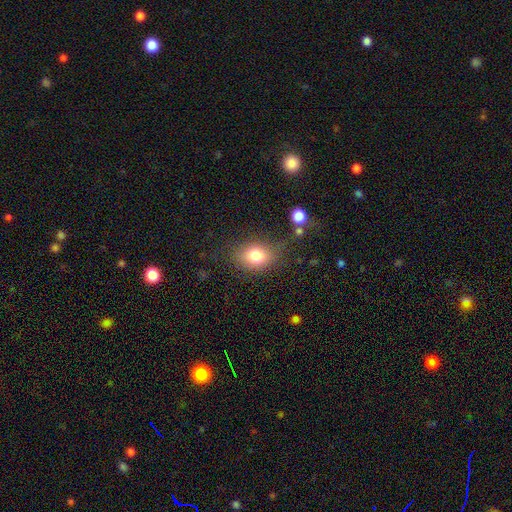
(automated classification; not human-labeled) The model was most divided on "how rounded": in between: 66%, round: 33%, cigar-shaped: 1%. More confident: smooth or featured — smooth (78%); merging — none (72%).